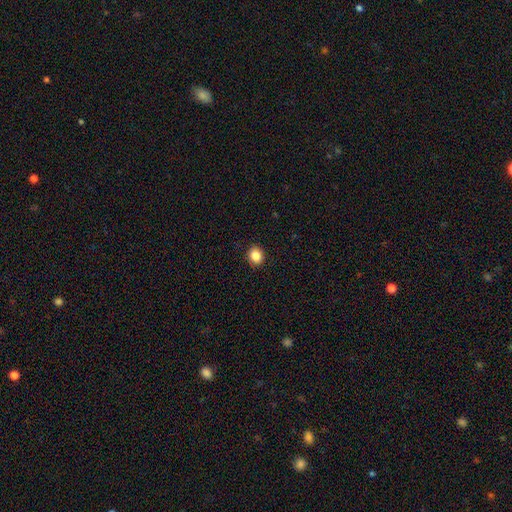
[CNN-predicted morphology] This appears to be a smooth galaxy with no disk features (87%) that is round (65%). Merging: none (90%).